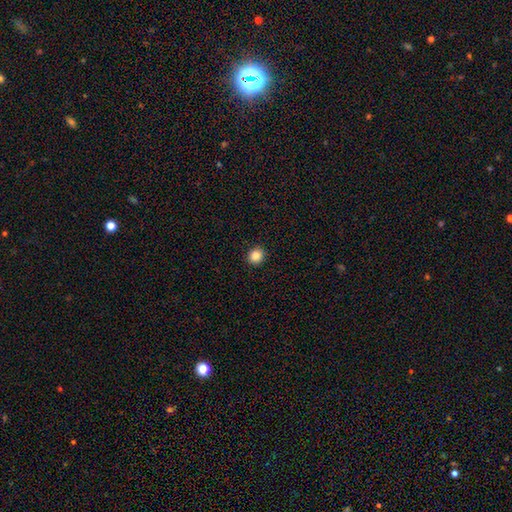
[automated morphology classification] smooth 85%, star or artifact 11%, featured or disk 4%. Down the decision tree: how rounded — round (89%); merging — none (92%).